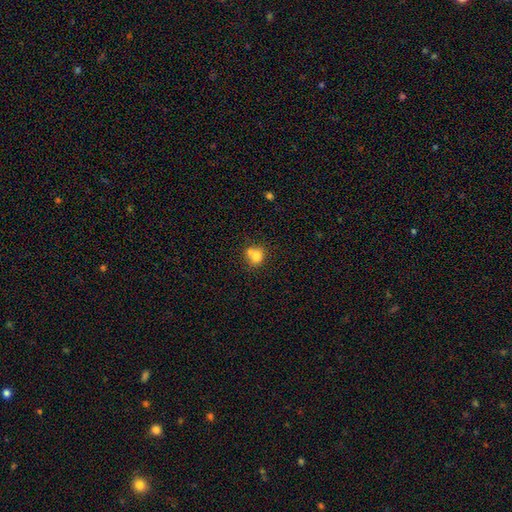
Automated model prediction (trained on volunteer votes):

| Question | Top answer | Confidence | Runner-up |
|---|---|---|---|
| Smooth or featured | smooth | 74% | featured or disk (15%) |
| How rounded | round | 70% | in between (29%) |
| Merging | merger | 48% | none (39%) |